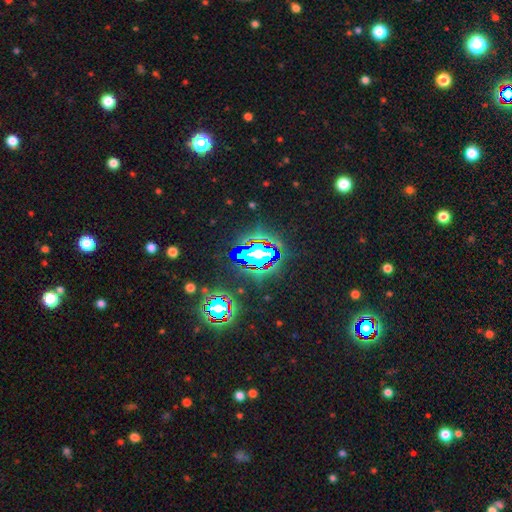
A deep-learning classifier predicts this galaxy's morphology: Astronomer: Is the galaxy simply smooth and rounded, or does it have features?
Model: star or artifact — 79%.